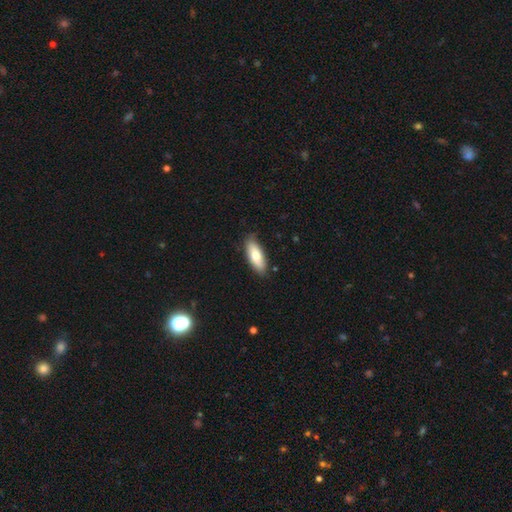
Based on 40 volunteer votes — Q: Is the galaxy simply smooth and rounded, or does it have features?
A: smooth — 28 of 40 (70%).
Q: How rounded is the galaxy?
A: in between — 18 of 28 (64%).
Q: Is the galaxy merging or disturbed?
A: none — 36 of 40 (90%).